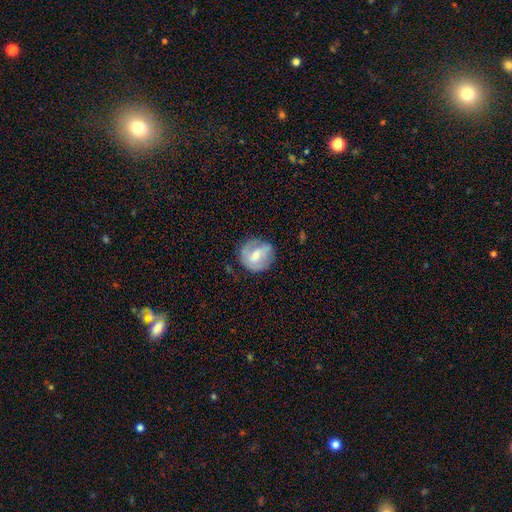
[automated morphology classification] Smooth or featured? Predicted: featured or disk (p=0.56). Edge-on disk? Predicted: no (p=0.96). Bar? Predicted: weak (p=0.46). Spiral arms? Predicted: yes (p=0.72). Bulge size? Predicted: moderate (p=0.58). Merging? Predicted: none (p=0.66).